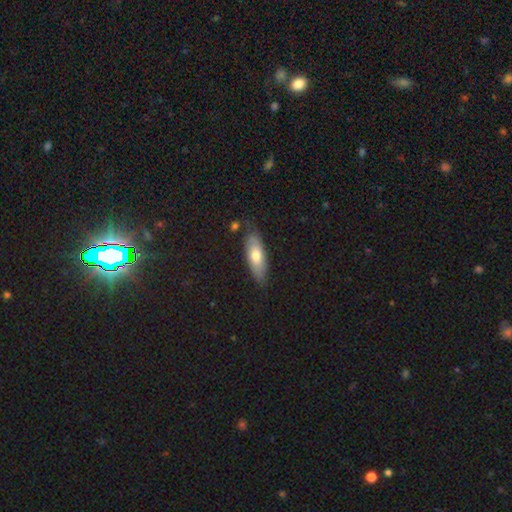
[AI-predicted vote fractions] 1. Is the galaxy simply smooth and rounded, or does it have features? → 68% smooth, 26% featured or disk, 6% star or artifact.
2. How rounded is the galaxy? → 66% in between, 32% cigar-shaped, 2% round.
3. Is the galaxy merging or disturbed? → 77% none, 17% minor disturbance, 4% major disturbance, 3% merger.